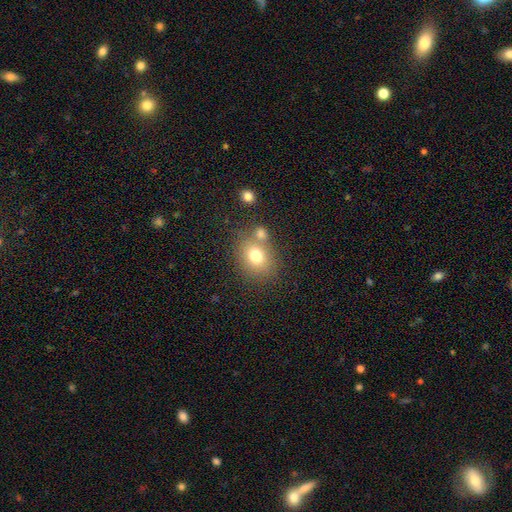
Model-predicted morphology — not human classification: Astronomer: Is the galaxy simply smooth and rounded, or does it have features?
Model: smooth — 74%.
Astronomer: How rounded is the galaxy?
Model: round — 59% (runner-up: in between, 40%).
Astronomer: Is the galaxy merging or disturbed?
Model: none — 61%.